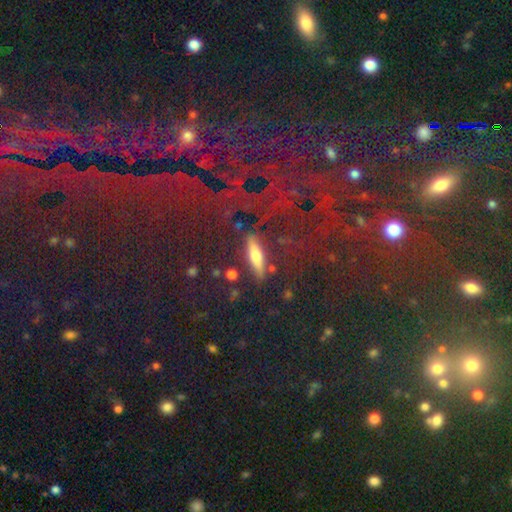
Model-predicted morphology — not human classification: A smooth galaxy with no disk features (52%) that is cigar-shaped (62%). Merging: none (81%).